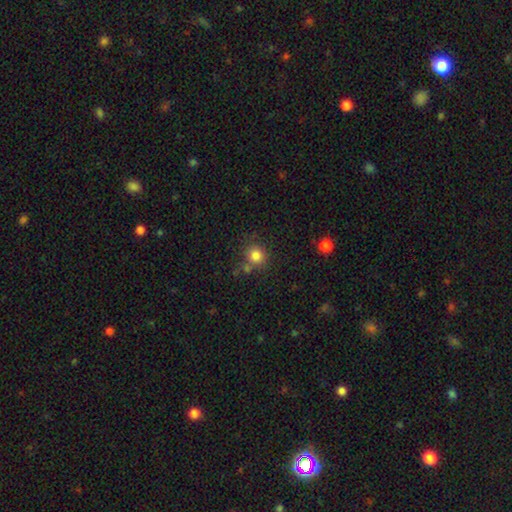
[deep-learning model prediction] smooth 82%, star or artifact 12%, featured or disk 6%. Down the decision tree: how rounded — round (88%); merging — none (70%).